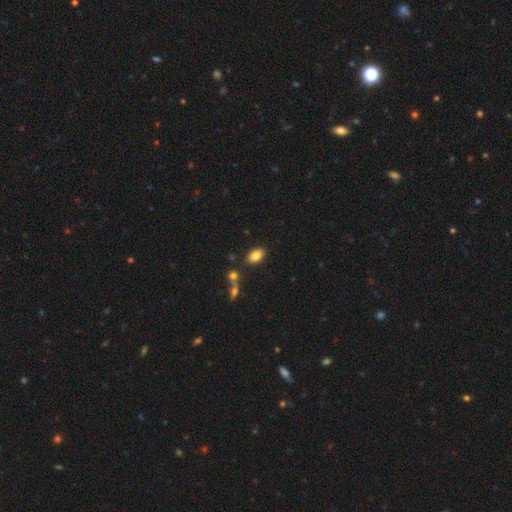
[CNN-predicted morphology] Smooth or featured?
  - smooth: 82% *
  - featured or disk: 9%
  - star or artifact: 9%
How rounded?
  - in between: 90% *
  - round: 7%
  - cigar-shaped: 3%
Merging?
  - none: 81% *
  - minor disturbance: 10%
  - merger: 7%
  - major disturbance: 3%